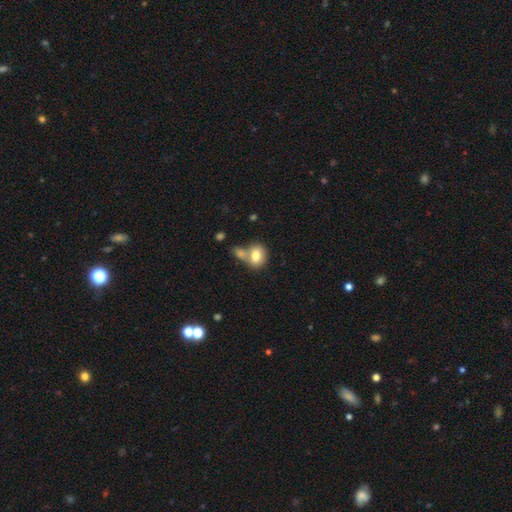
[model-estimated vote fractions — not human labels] A smooth galaxy with no disk features (77%) that is in between round and cigar-shaped (58%). Merging: merger (46%).